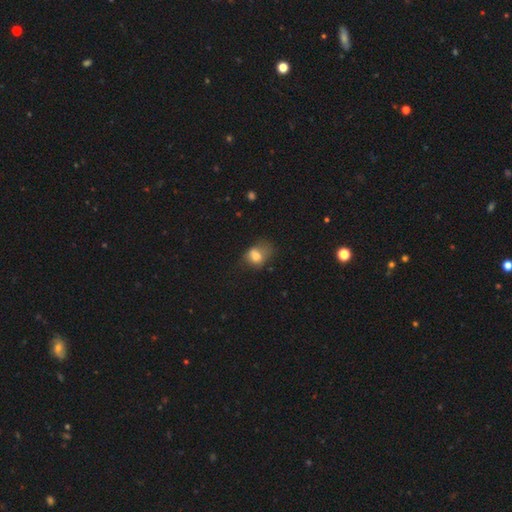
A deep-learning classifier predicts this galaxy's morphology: smooth 73%, featured or disk 16%, star or artifact 11%. Down the decision tree: how rounded — in between (63%); merging — none (37%).